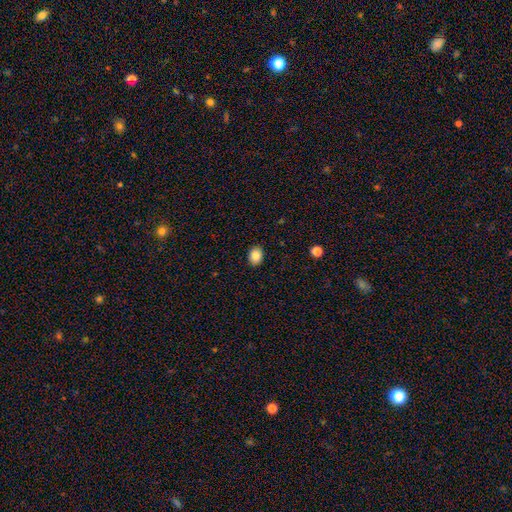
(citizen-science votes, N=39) Smooth or featured: smooth — 82% (featured or disk — 10%)
How rounded: round — 53% (in between — 47%)
Merging: none — 94% (minor disturbance — 6%)